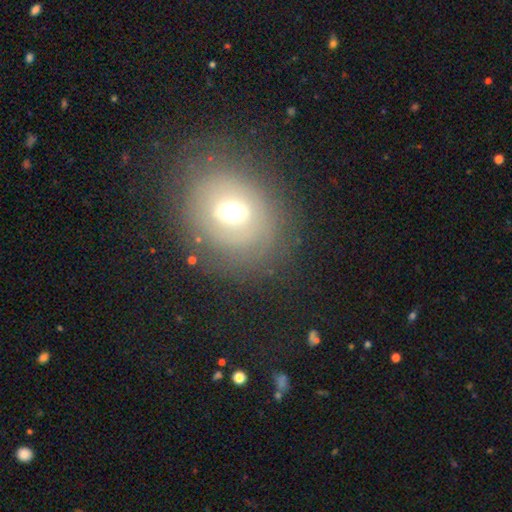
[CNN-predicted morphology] A smooth galaxy with no disk features (43%). Merging: none (73%).